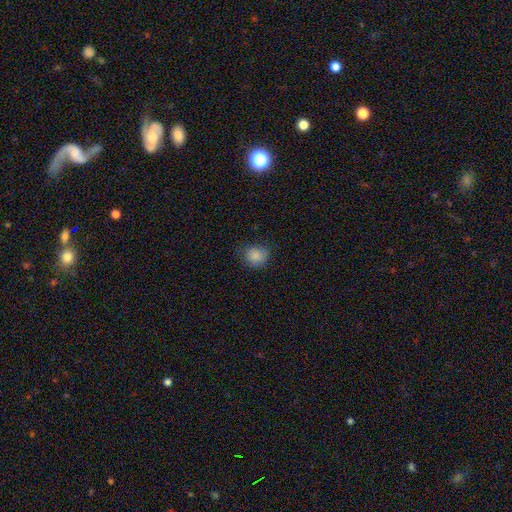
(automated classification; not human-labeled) smooth 86%, star or artifact 10%, featured or disk 5%. Down the decision tree: how rounded — round (78%); merging — none (76%).